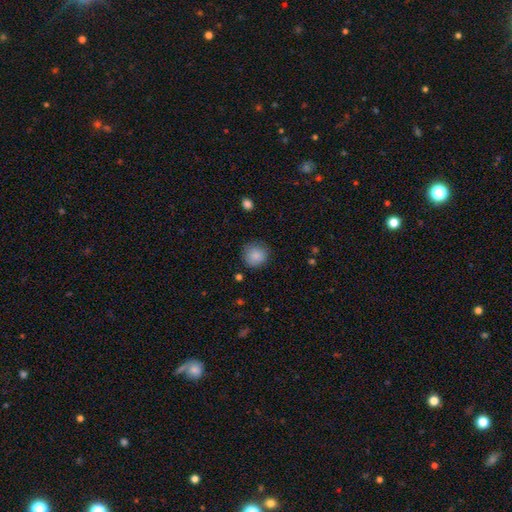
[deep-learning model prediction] smooth_or_featured: smooth (p=0.86) [alt: star or artifact p=0.09]
how_rounded: round (p=0.92) [alt: in between p=0.07]
merging: none (p=0.82) [alt: minor disturbance p=0.14]